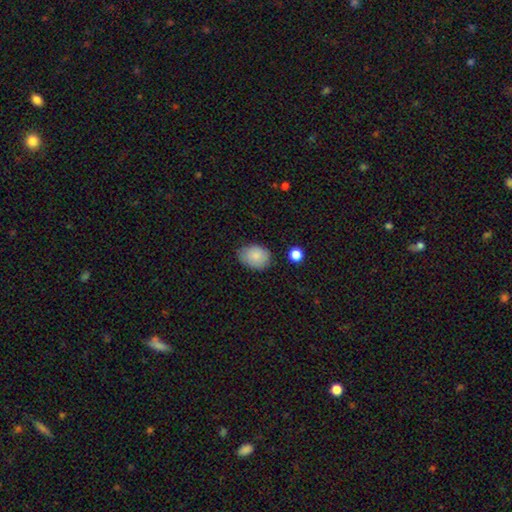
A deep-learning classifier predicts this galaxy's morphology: A smooth galaxy with no disk features (84%) that is in between round and cigar-shaped (66%). Merging: none (74%).